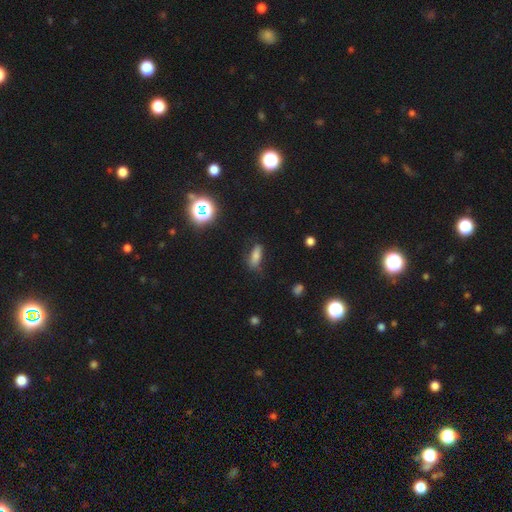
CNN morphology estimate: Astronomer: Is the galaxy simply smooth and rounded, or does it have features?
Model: smooth — 73%.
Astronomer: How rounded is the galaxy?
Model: in between — 71%.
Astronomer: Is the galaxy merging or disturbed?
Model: none — 64%.